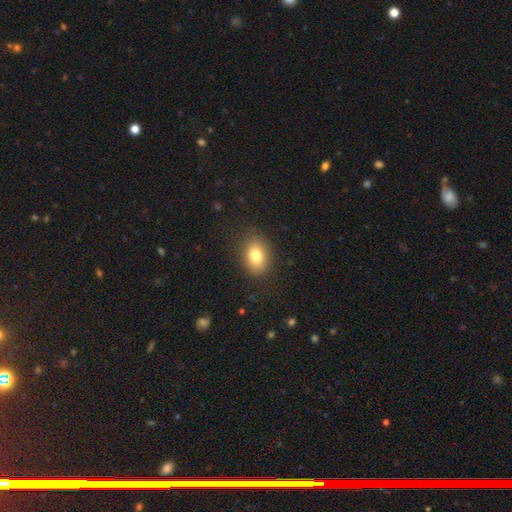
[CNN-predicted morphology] type=smooth (79%); roundness=in between (72%); merging=none (86%).